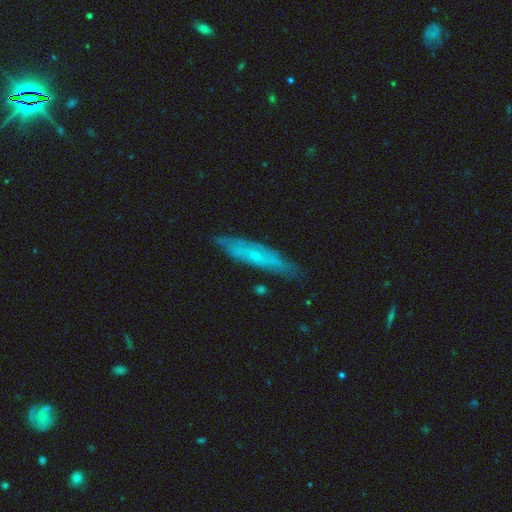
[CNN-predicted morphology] A featured or disk galaxy (54%) viewed edge-on (58%). Merging: none (83%).